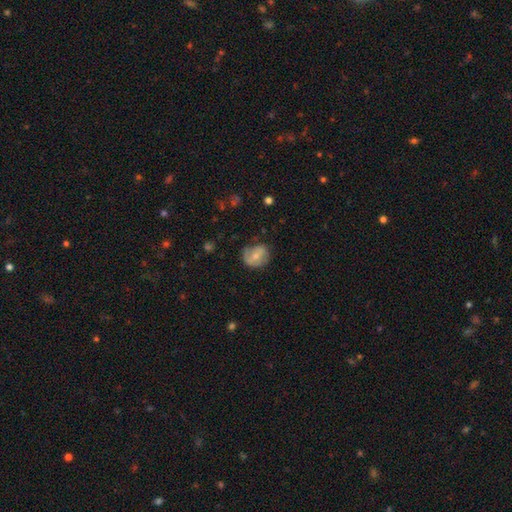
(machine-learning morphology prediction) Overall: smooth (55%; featured or disk 38%). How rounded: round (67%; in between 32%). Merging: none (63%; minor disturbance 26%).